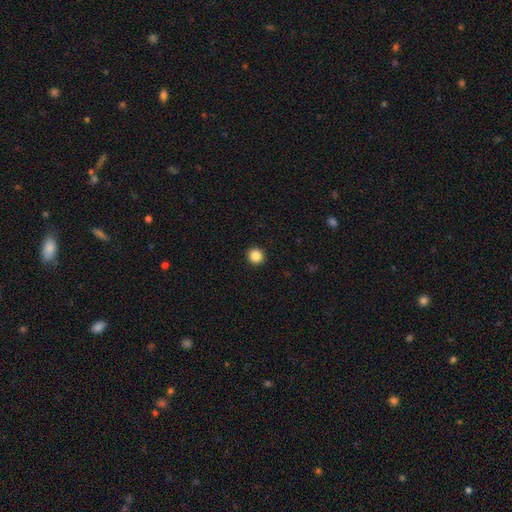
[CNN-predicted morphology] smooth_or_featured: smooth (p=0.86) [alt: star or artifact p=0.10]
how_rounded: round (p=0.93) [alt: in between p=0.06]
merging: none (p=0.94) [alt: minor disturbance p=0.04]